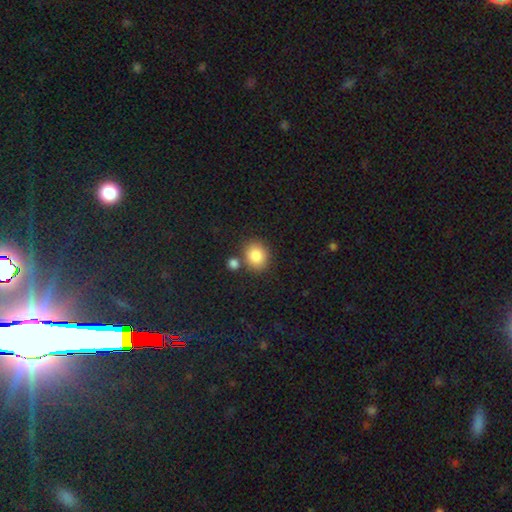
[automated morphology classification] Smooth or featured? Predicted: smooth (p=0.85). How rounded? Predicted: round (p=0.65). Merging? Predicted: none (p=0.73).